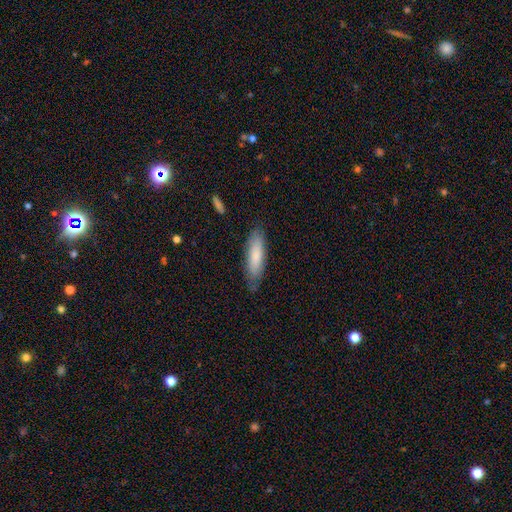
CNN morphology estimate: A smooth galaxy with no disk features (77%) that is cigar-shaped (58%). Merging: none (79%).